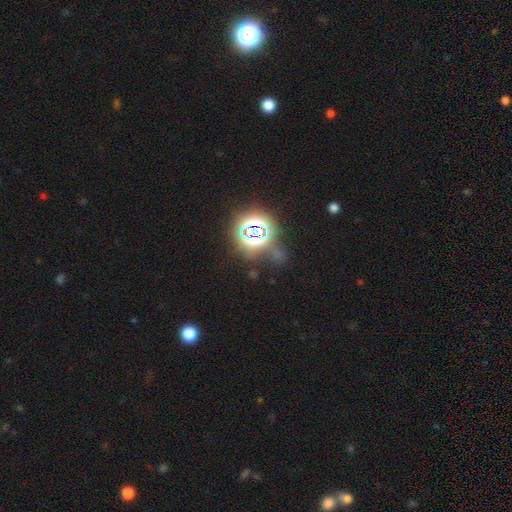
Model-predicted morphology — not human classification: Smooth or featured: star or artifact — 80% (smooth — 14%)